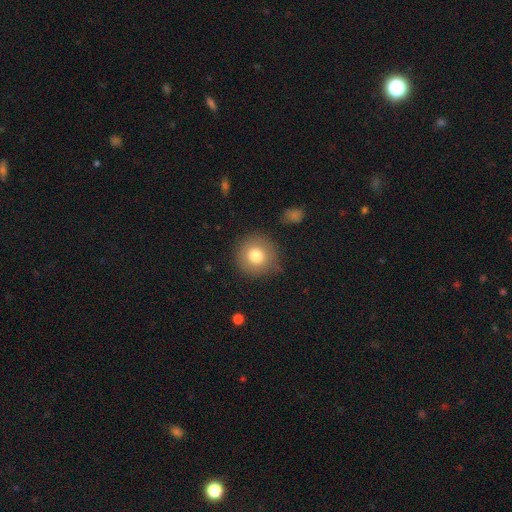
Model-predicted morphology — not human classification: This is likely a smooth galaxy (78%). How rounded: clearly round (94%). Merging: clearly none (85%).